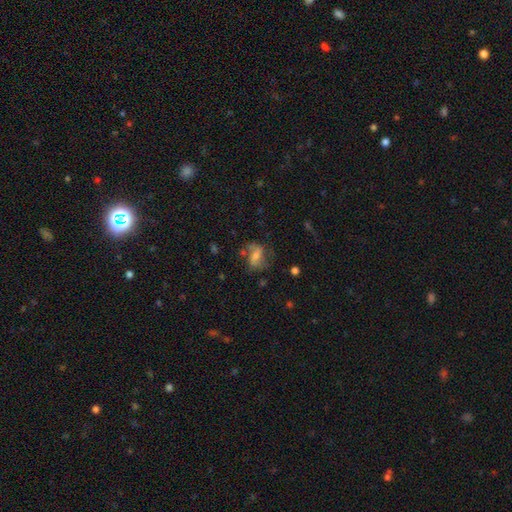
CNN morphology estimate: Smooth or featured? Predicted: featured or disk (p=0.51). Edge-on disk? Predicted: no (p=0.95). Merging? Predicted: none (p=0.54).